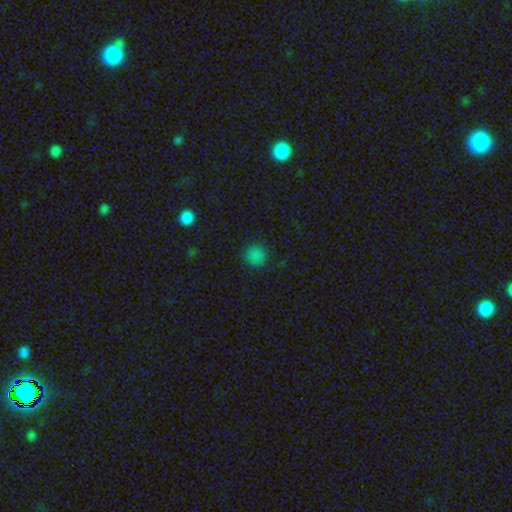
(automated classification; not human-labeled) This is clearly a smooth galaxy (82%). How rounded: clearly round (94%). Merging: clearly none (90%).